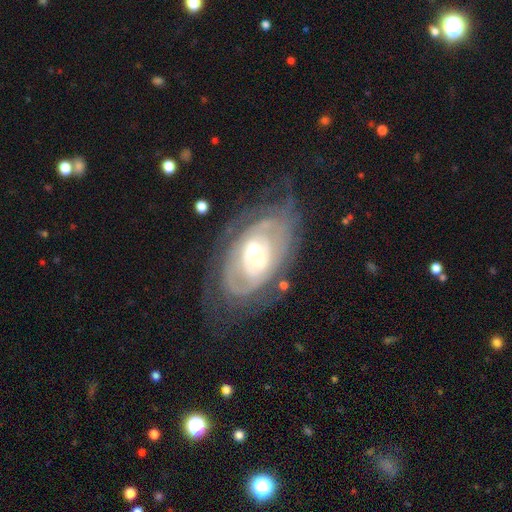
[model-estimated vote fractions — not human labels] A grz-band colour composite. It shows a featured or disk galaxy (83%) with a weak bar (44%), tight (61%) spiral arms (87%) and a moderate central bulge (44%). Merging: none (58%).